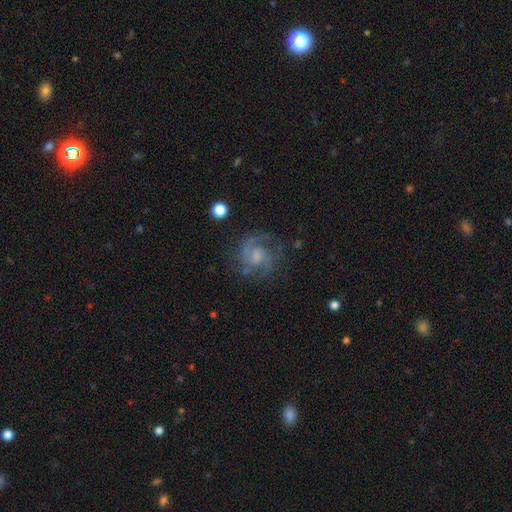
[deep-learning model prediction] Q: Smooth or featured?
A: featured or disk (81%); runner-up: smooth (12%)
Q: Edge-on disk?
A: no (98%); runner-up: yes (2%)
Q: Bar?
A: no (52%); runner-up: weak (42%)
Q: Spiral arms?
A: yes (94%); runner-up: no (6%)
Q: Spiral winding?
A: medium (49%); runner-up: tight (35%)
Q: Spiral arm count?
A: 2 (55%); runner-up: can't tell (15%)
Q: Bulge size?
A: small (37%); runner-up: moderate (36%)
Q: Merging?
A: none (69%); runner-up: minor disturbance (17%)